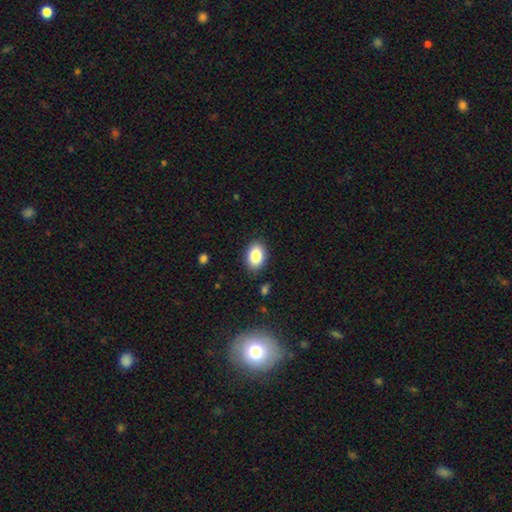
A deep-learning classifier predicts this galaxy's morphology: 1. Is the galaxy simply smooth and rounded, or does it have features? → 86% smooth, 8% star or artifact, 7% featured or disk.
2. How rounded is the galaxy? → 84% in between, 15% round, 1% cigar-shaped.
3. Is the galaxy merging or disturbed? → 87% none, 9% minor disturbance, 2% major disturbance, 1% merger.